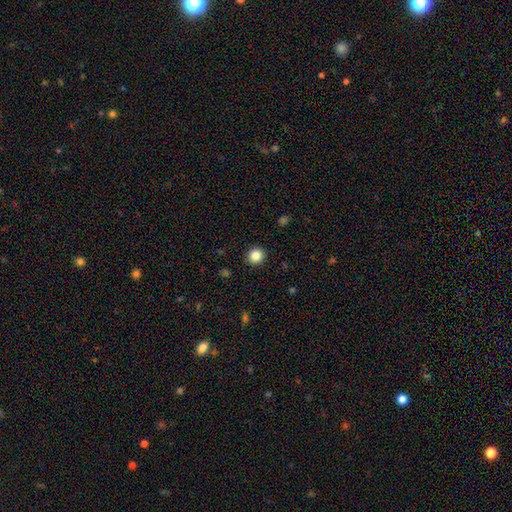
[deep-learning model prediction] Q: Smooth or featured?
A: smooth (85%); runner-up: star or artifact (11%)
Q: How rounded?
A: round (94%); runner-up: in between (5%)
Q: Merging?
A: none (92%); runner-up: minor disturbance (5%)